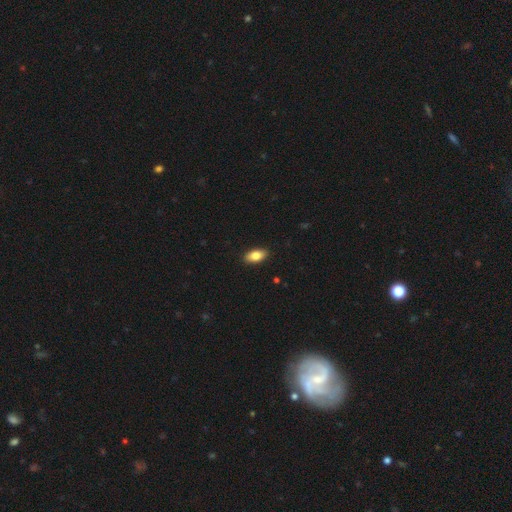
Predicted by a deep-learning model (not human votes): Smooth or featured? smooth (82%)
How rounded? in between (91%)
Merging? none (90%)